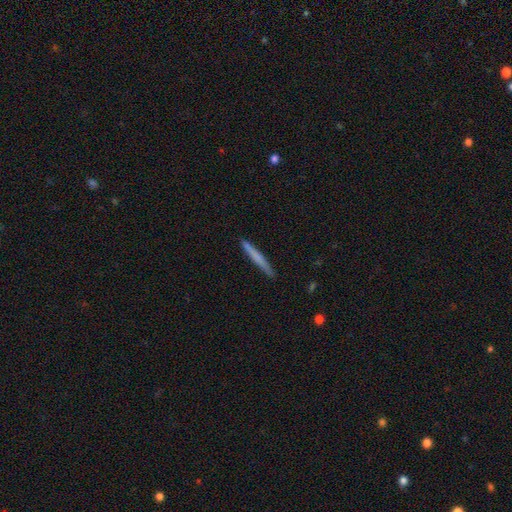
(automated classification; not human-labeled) Smooth or featured? smooth (59%)
How rounded? cigar-shaped (97%)
Merging? none (89%)